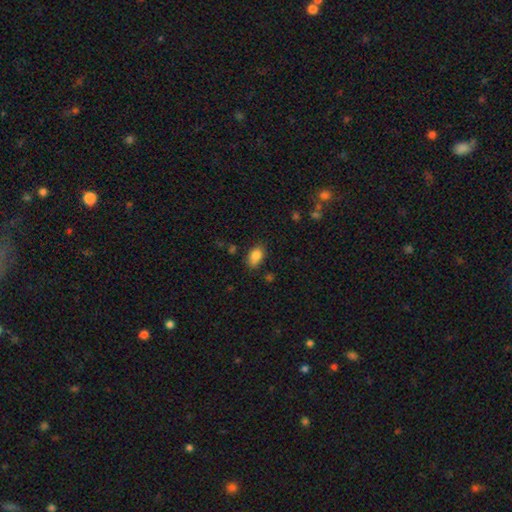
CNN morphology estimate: A smooth galaxy with no disk features (85%) that is in between round and cigar-shaped (88%).

Vote fractions:
- Smooth or featured? smooth: 85% / star or artifact: 8% / featured or disk: 7%
- How rounded? in between: 88% / round: 10% / cigar-shaped: 2%
- Merging? none: 77% / minor disturbance: 17% / major disturbance: 3% / merger: 3%